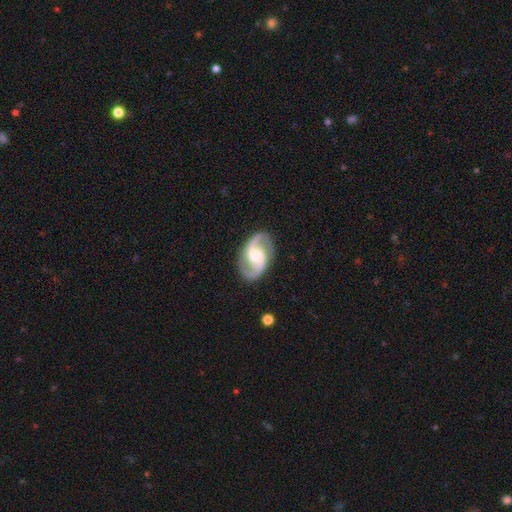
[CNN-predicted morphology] Smooth or featured? Predicted: featured or disk (p=0.91). Edge-on disk? Predicted: no (p=0.98). Bar? Predicted: weak (p=0.44). Spiral arms? Predicted: yes (p=0.98). Spiral winding? Predicted: medium (p=0.58). Spiral arm count? Predicted: 2 (p=0.94). Bulge size? Predicted: moderate (p=0.65). Merging? Predicted: none (p=0.87).